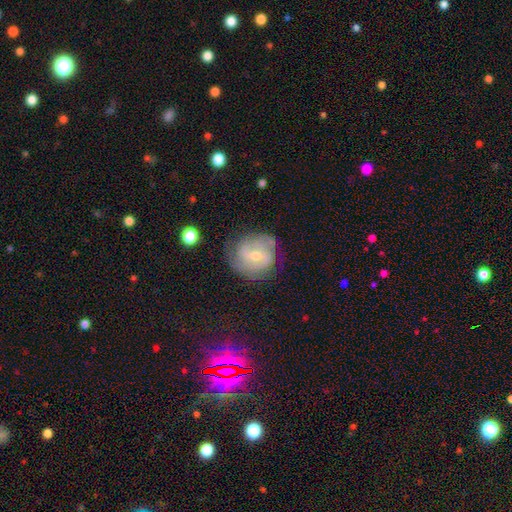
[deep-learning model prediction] Q: Smooth or featured?
A: featured or disk (72%); runner-up: smooth (18%)
Q: Edge-on disk?
A: no (97%); runner-up: yes (3%)
Q: Bar?
A: weak (48%); runner-up: no (36%)
Q: Spiral arms?
A: yes (87%); runner-up: no (13%)
Q: Spiral winding?
A: tight (51%); runner-up: medium (36%)
Q: Spiral arm count?
A: 2 (45%); runner-up: can't tell (32%)
Q: Bulge size?
A: small (51%); runner-up: moderate (45%)
Q: Merging?
A: none (71%); runner-up: minor disturbance (20%)